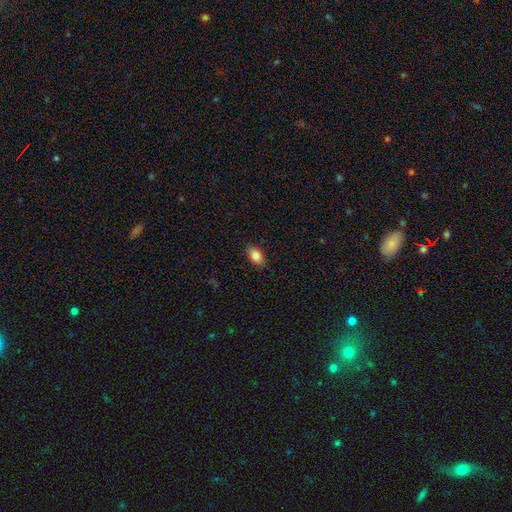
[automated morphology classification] Smooth or featured?
  - smooth: 86% *
  - star or artifact: 8%
  - featured or disk: 6%
How rounded?
  - in between: 88% *
  - round: 10%
  - cigar-shaped: 2%
Merging?
  - none: 85% *
  - minor disturbance: 11%
  - major disturbance: 3%
  - merger: 1%